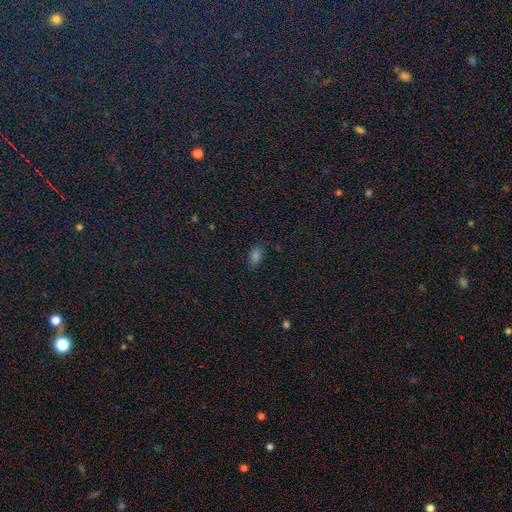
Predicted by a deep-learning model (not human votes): smooth-or-featured: smooth: 75% | star or artifact: 19% | featured or disk: 6%
  how-rounded: in between: 82% | round: 16% | cigar-shaped: 2%
  merging: none: 80% | minor disturbance: 15% | major disturbance: 4% | merger: 2%